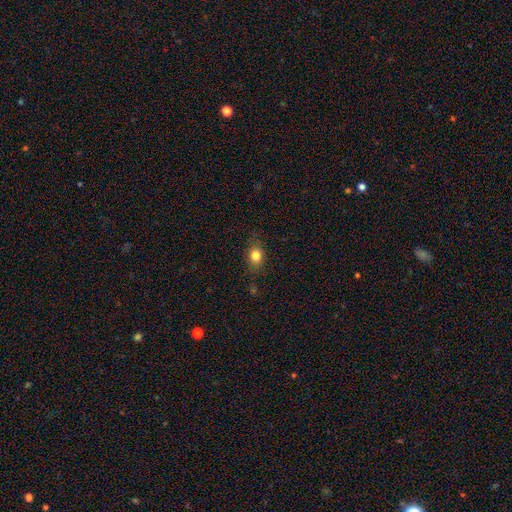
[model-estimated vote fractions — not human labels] A smooth galaxy with no disk features (81%) that is in between round and cigar-shaped (57%). Merging: none (80%).